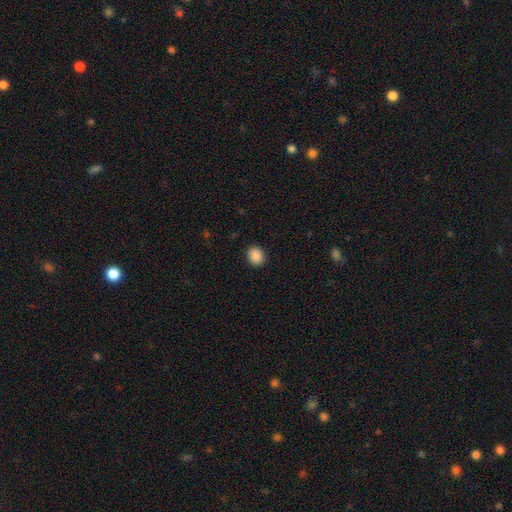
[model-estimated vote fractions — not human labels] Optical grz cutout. It shows a smooth galaxy with no disk features (88%) that is round (63%). Merging: none (91%).